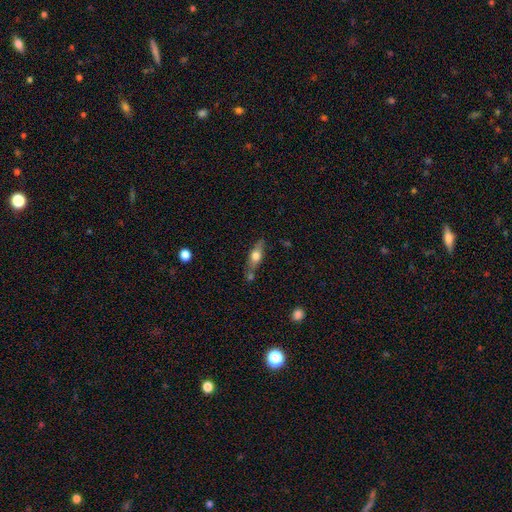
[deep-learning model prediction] This is possibly a smooth galaxy (53%). How rounded: possibly in between (52%). Merging: likely none (61%).